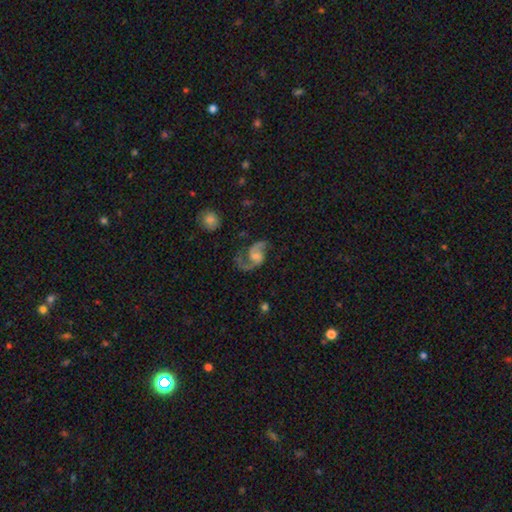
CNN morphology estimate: Smooth or featured? featured or disk (87%)
Edge-on disk? no (98%)
Bar? no (53%)
Spiral arms? yes (96%)
Spiral winding? loose (53%)
Spiral arm count? 2 (90%)
Bulge size? small (39%)
Merging? none (60%)